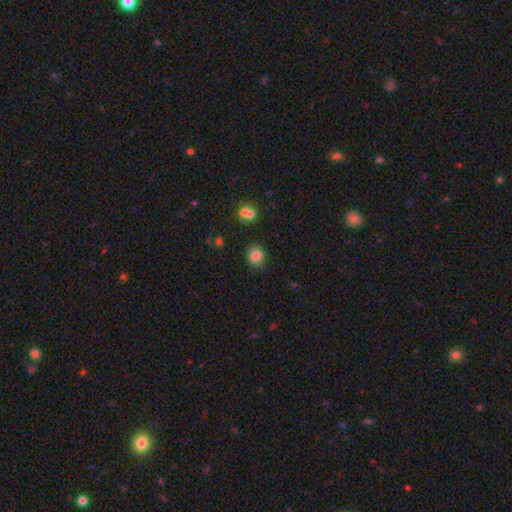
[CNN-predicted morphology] A smooth galaxy with no disk features (82%) that is round (61%).

Vote fractions:
- Smooth or featured? smooth: 82% / star or artifact: 10% / featured or disk: 8%
- How rounded? round: 61% / in between: 38% / cigar-shaped: 1%
- Merging? none: 80% / minor disturbance: 14% / merger: 4% / major disturbance: 3%